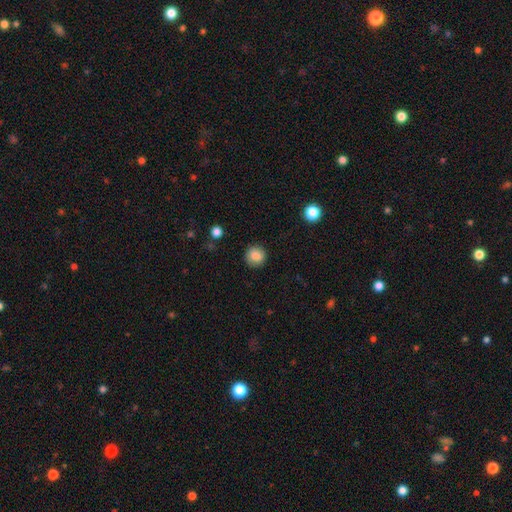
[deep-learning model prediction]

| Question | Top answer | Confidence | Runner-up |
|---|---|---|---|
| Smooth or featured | smooth | 85% | star or artifact (9%) |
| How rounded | round | 93% | in between (6%) |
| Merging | none | 90% | minor disturbance (6%) |